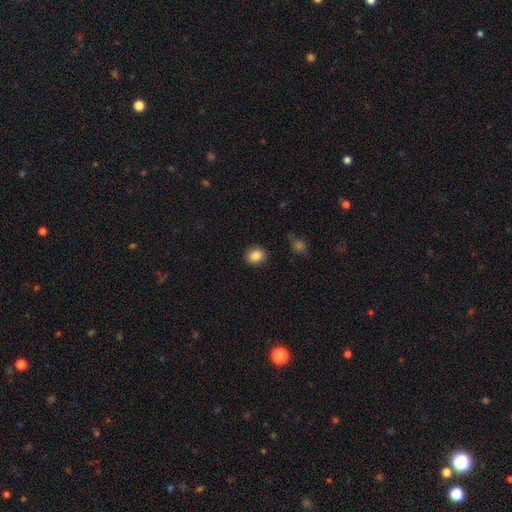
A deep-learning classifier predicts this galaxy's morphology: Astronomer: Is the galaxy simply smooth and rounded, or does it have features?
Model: smooth — 86%.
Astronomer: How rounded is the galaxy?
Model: round — 68%.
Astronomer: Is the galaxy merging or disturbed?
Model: none — 88%.